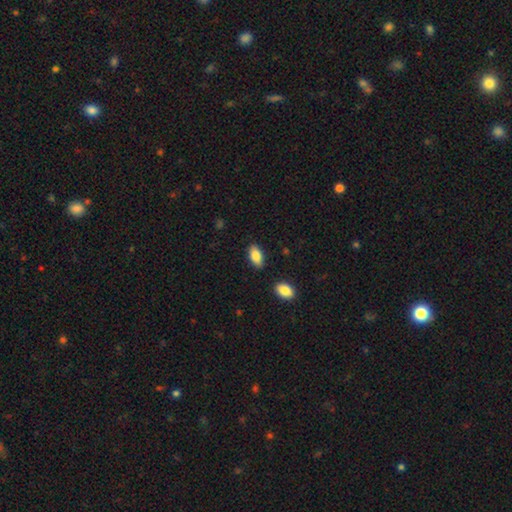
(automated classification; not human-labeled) smooth 84%, featured or disk 9%, star or artifact 7%. Down the decision tree: how rounded — in between (91%); merging — none (85%).